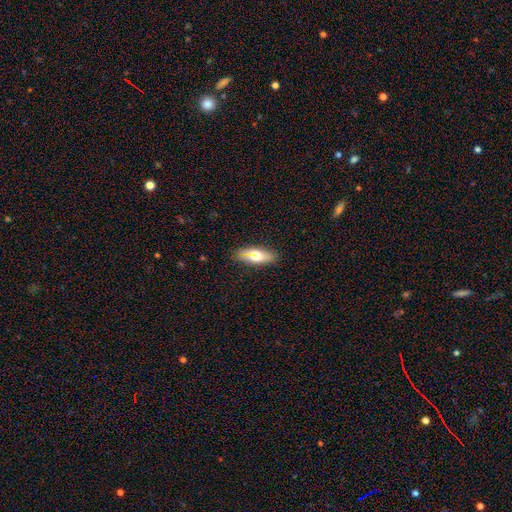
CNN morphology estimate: The model was most divided on "how rounded": in between: 64%, cigar-shaped: 32%, round: 4%. More confident: merging — none (86%); smooth or featured — smooth (61%).